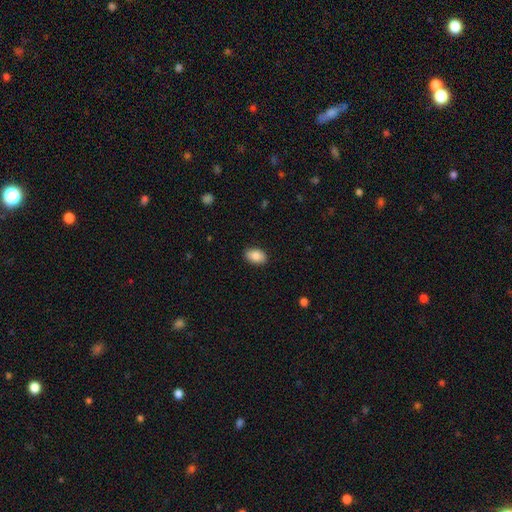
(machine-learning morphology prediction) Q: Smooth or featured?
A: smooth (86%); runner-up: featured or disk (7%)
Q: How rounded?
A: in between (87%); runner-up: round (12%)
Q: Merging?
A: none (88%); runner-up: minor disturbance (9%)